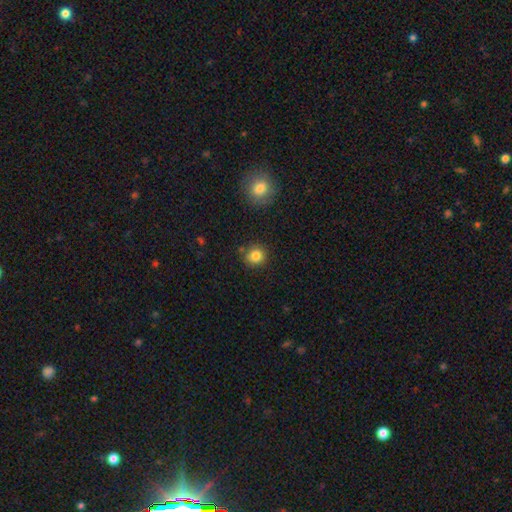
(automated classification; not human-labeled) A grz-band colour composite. It shows a smooth galaxy with no disk features (83%) that is round (89%). Merging: none (84%).